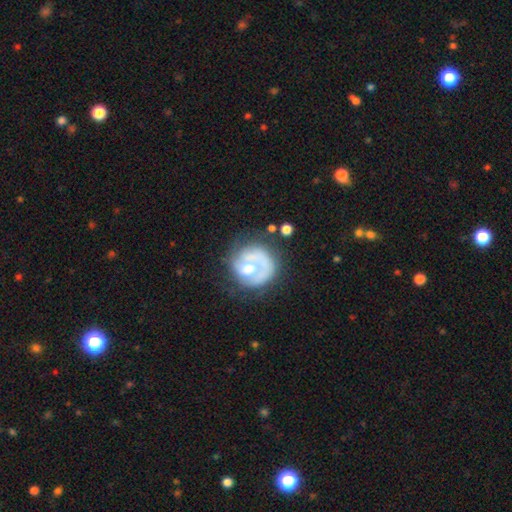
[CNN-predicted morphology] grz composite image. It shows a featured or disk galaxy (63%) with no bar (77%), spiral arms (59%) and a moderate central bulge (55%). Merging: none (53%).